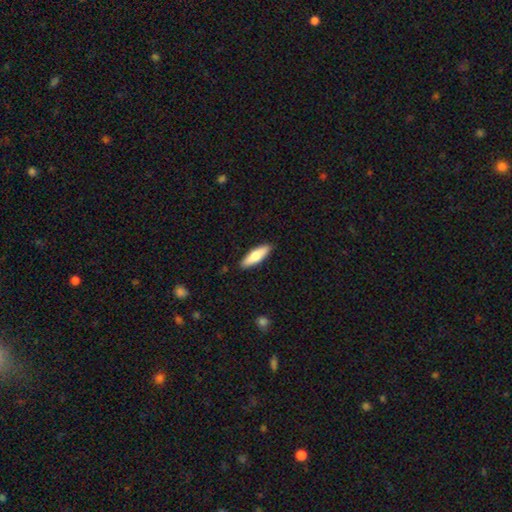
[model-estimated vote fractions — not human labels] smooth-or-featured: smooth: 74% | featured or disk: 21% | star or artifact: 5%
  how-rounded: cigar-shaped: 55% | in between: 43% | round: 2%
  merging: none: 89% | minor disturbance: 8% | major disturbance: 2% | merger: 1%